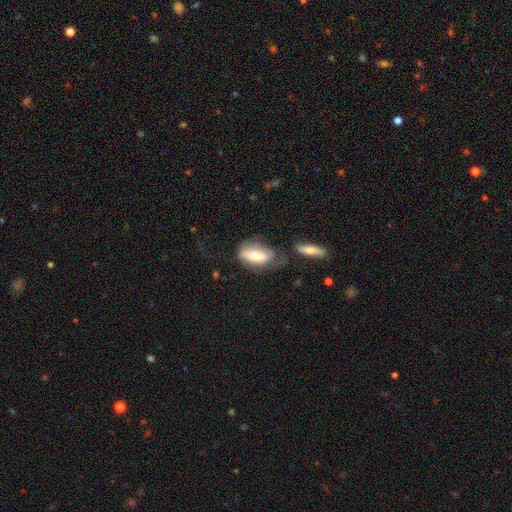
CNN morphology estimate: type=smooth (71%); roundness=in between (88%); merging=none (31%).